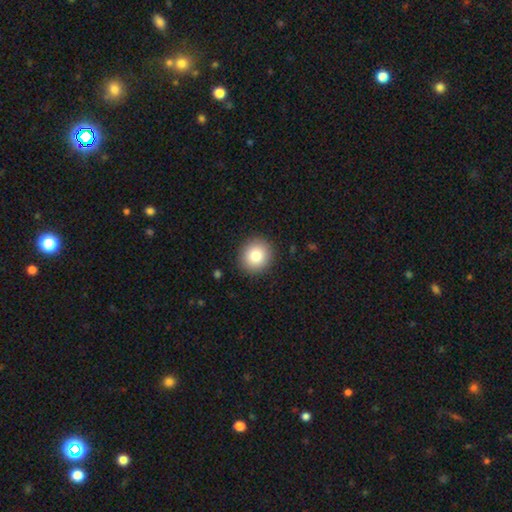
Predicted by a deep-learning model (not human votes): This appears to be a smooth galaxy with no disk features (83%) that is round (86%). Merging: none (90%).